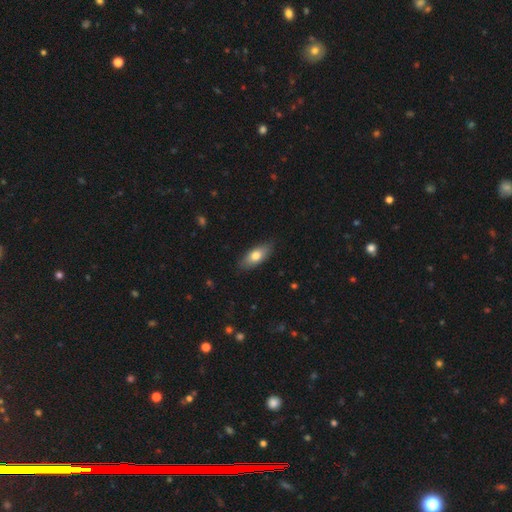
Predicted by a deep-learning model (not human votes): A smooth galaxy with no disk features (74%) that is in between round and cigar-shaped (82%). Merging: none (86%).